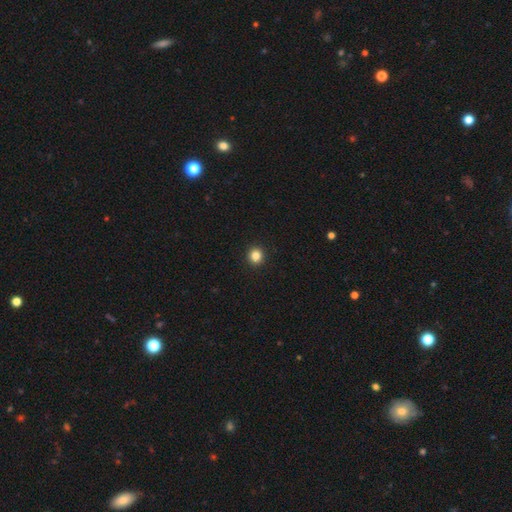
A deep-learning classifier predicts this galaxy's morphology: Q: Smooth or featured?
A: smooth (84%); runner-up: star or artifact (12%)
Q: How rounded?
A: round (93%); runner-up: in between (6%)
Q: Merging?
A: none (94%); runner-up: minor disturbance (4%)